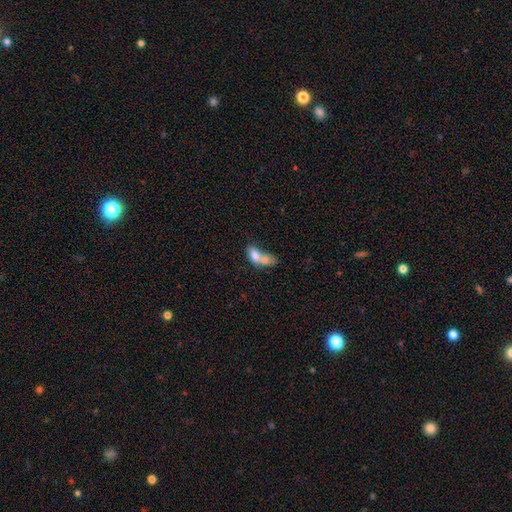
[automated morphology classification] smooth 70%, featured or disk 21%, star or artifact 9%. Down the decision tree: how rounded — in between (80%); merging — merger (64%).